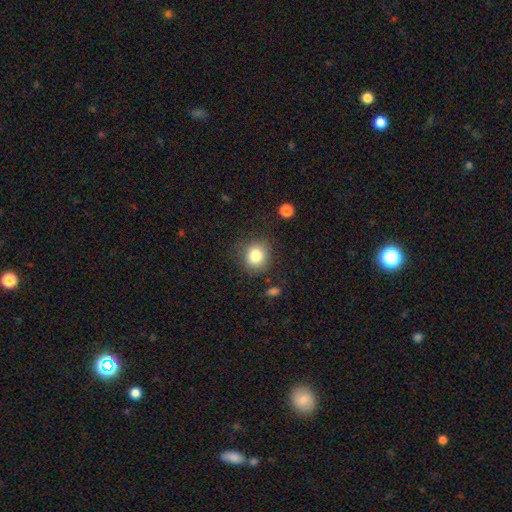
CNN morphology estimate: smooth_or_featured: smooth (p=0.82) [alt: star or artifact p=0.10]
how_rounded: round (p=0.82) [alt: in between p=0.18]
merging: none (p=0.83) [alt: minor disturbance p=0.11]